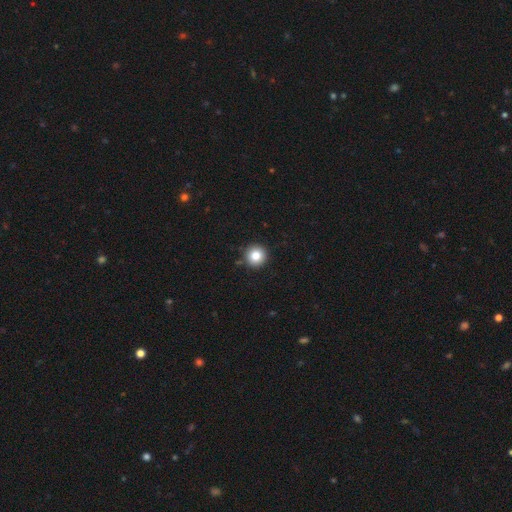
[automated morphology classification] This appears to be a smooth galaxy with no disk features (83%) that is round (95%). Merging: none (90%).